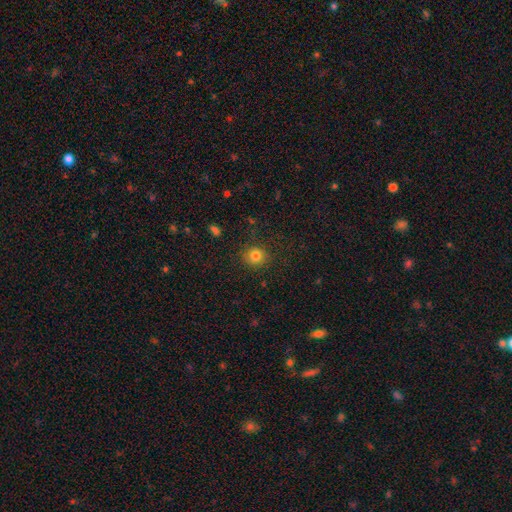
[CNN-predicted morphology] smooth-or-featured: smooth: 82% | star or artifact: 12% | featured or disk: 6%
  how-rounded: round: 88% | in between: 11% | cigar-shaped: 1%
  merging: none: 87% | minor disturbance: 9% | major disturbance: 3% | merger: 1%